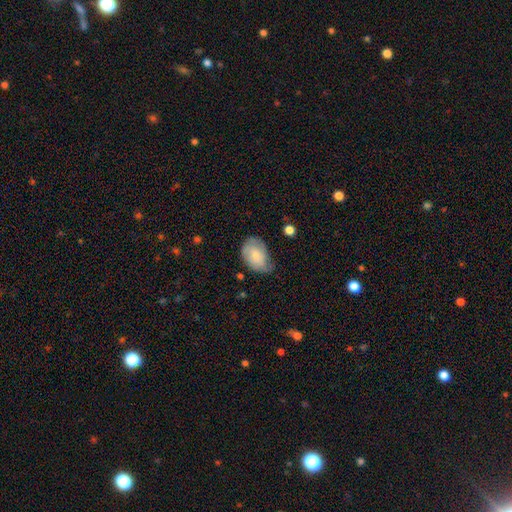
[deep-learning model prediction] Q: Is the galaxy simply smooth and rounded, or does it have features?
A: smooth — 70%.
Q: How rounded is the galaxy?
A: in between — 83%.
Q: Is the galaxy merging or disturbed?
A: none — 47%.